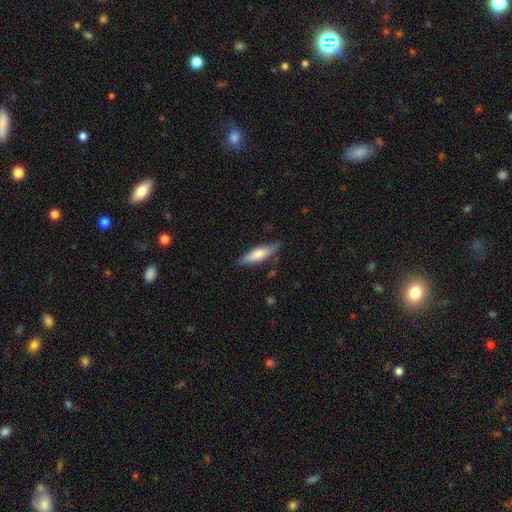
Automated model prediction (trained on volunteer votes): The model was most divided on "smooth or featured": smooth: 62%, featured or disk: 32%, star or artifact: 6%. More confident: merging — none (82%); how rounded — cigar-shaped (71%).